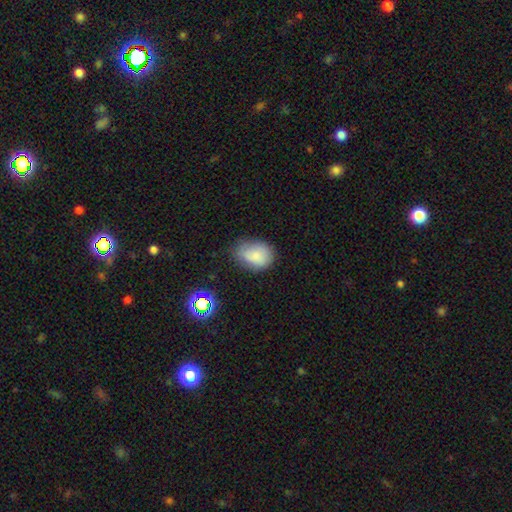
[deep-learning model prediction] Smooth or featured?
  - smooth: 81% *
  - featured or disk: 10%
  - star or artifact: 9%
How rounded?
  - in between: 70% *
  - round: 29%
  - cigar-shaped: 1%
Merging?
  - none: 58% *
  - minor disturbance: 31%
  - major disturbance: 8%
  - merger: 2%